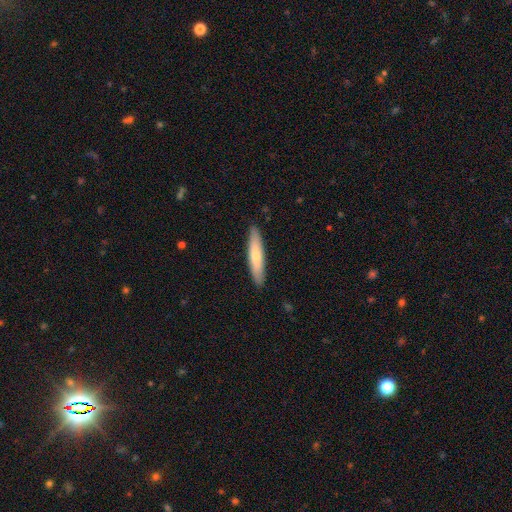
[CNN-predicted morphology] Overall: smooth (69%). How rounded: cigar-shaped (85%). Merging: none (90%).